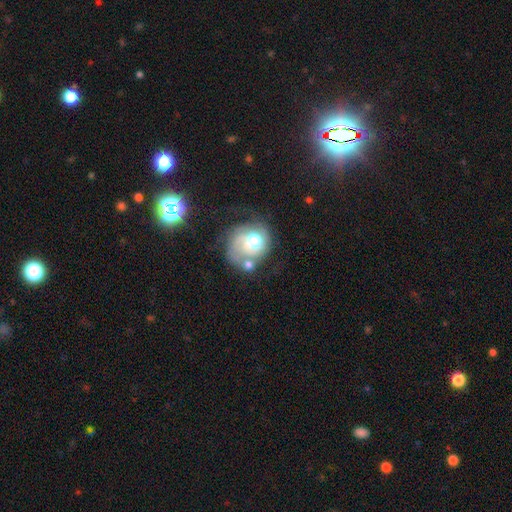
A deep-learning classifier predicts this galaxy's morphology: Overall: featured or disk (53%; smooth 27%). Edge-on disk: no (97%). Bar: no (77%). Spiral arms: yes (71%). Bulge size: moderate (67%). Merging: none (49%; minor disturbance 19%).